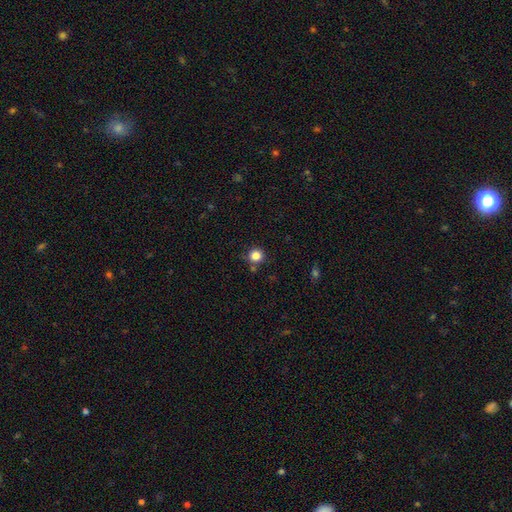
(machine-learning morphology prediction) Smooth or featured: smooth — 83% (star or artifact — 12%)
How rounded: round — 92% (in between — 7%)
Merging: none — 81% (minor disturbance — 11%)